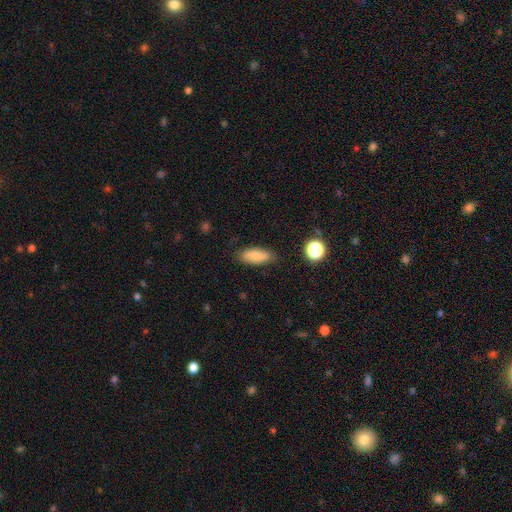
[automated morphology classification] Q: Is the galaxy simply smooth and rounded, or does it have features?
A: smooth — 79%.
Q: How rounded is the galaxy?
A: in between — 74%.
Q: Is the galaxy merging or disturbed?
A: none — 79%.